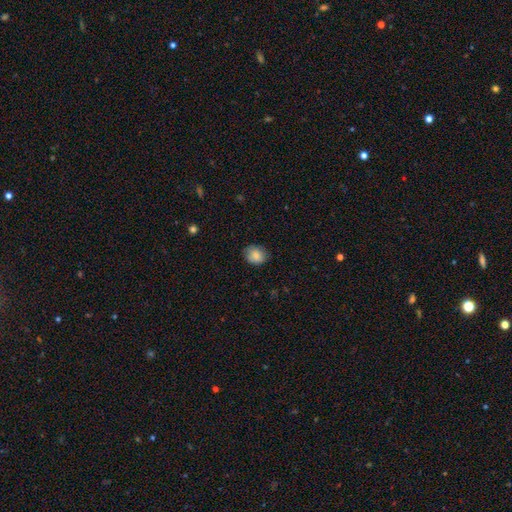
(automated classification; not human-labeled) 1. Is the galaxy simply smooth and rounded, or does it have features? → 85% smooth, 8% star or artifact, 7% featured or disk.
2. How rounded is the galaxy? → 60% round, 39% in between, 1% cigar-shaped.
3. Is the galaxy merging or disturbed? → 79% none, 17% minor disturbance, 3% major disturbance, 1% merger.